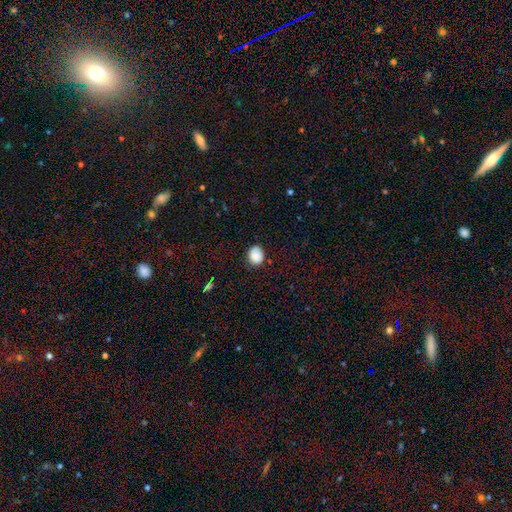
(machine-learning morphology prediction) Smooth or featured?
  - smooth: 86% *
  - star or artifact: 9%
  - featured or disk: 5%
How rounded?
  - round: 57% *
  - in between: 42%
  - cigar-shaped: 1%
Merging?
  - none: 79% *
  - minor disturbance: 16%
  - major disturbance: 3%
  - merger: 1%